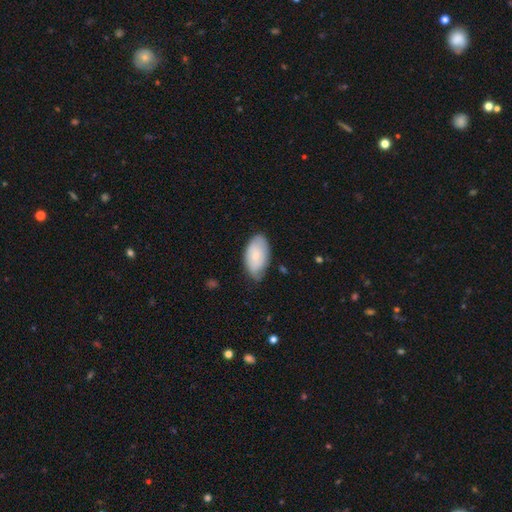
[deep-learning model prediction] smooth 71%, featured or disk 23%, star or artifact 6%. Down the decision tree: how rounded — in between (95%); merging — none (64%).